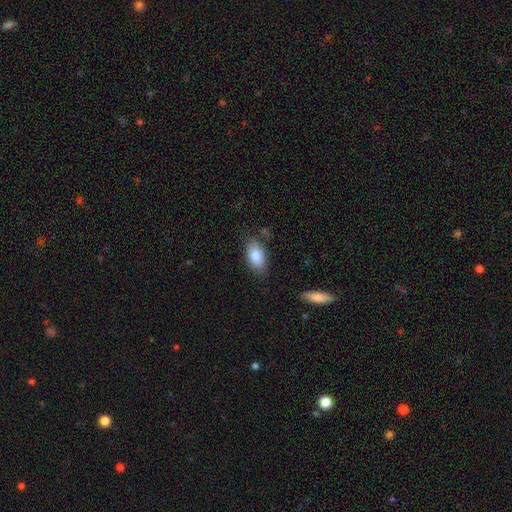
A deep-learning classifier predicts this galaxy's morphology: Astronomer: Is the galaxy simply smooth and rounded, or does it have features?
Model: smooth — 86%.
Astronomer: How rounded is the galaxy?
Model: in between — 92%.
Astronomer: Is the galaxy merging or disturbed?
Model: none — 78%.